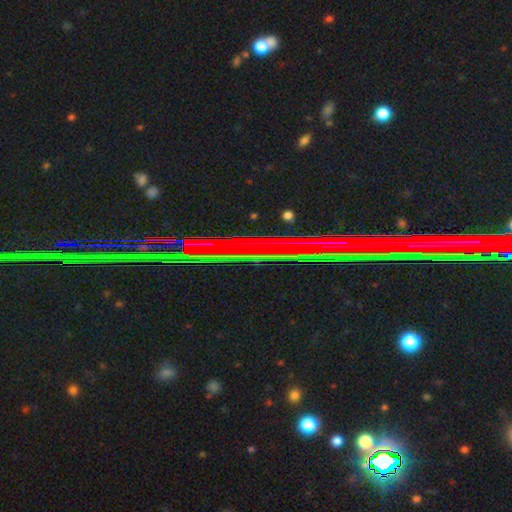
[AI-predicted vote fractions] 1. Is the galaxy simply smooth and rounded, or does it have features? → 71% star or artifact, 19% featured or disk, 10% smooth.